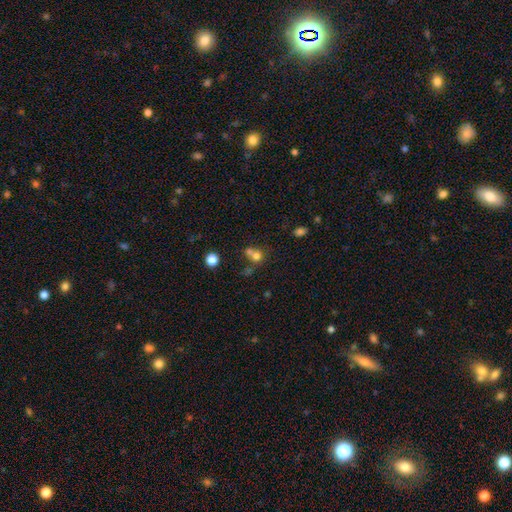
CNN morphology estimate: Smooth or featured? Predicted: smooth (p=0.71). How rounded? Predicted: round (p=0.77). Merging? Predicted: merger (p=0.51).